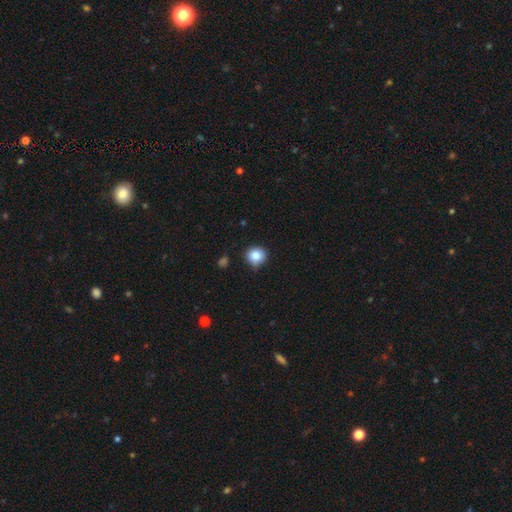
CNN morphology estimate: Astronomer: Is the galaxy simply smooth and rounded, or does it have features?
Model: smooth — 86%.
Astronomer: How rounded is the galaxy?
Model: round — 88%.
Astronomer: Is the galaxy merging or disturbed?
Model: none — 75%.